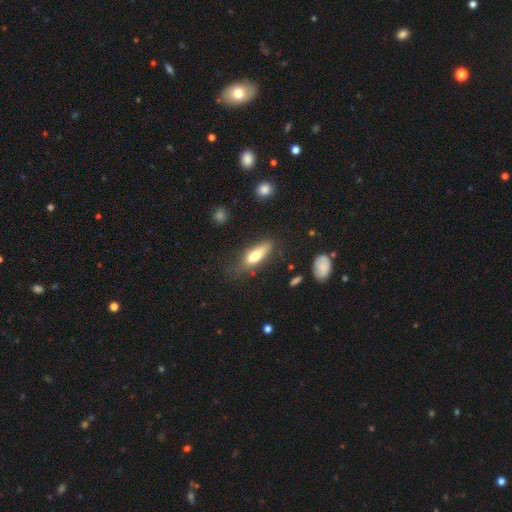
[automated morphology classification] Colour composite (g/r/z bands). It shows a smooth galaxy with no disk features (73%) that is in between round and cigar-shaped (62%). Merging: none (56%).